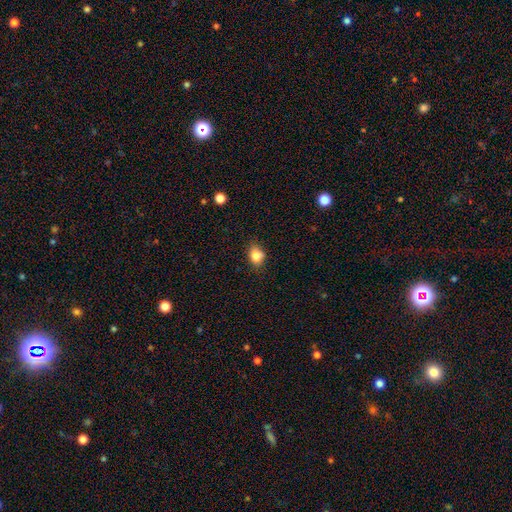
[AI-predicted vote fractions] Morphology: type=smooth (84%); roundness=in between (58%); merging=none (77%).